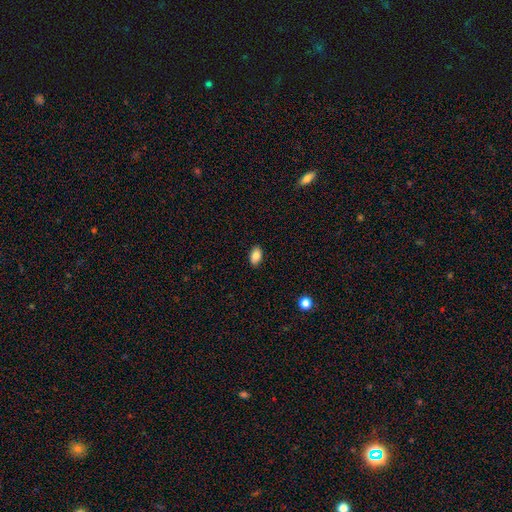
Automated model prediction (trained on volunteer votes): smooth 84%, featured or disk 8%, star or artifact 8%. Down the decision tree: how rounded — in between (91%); merging — none (89%).